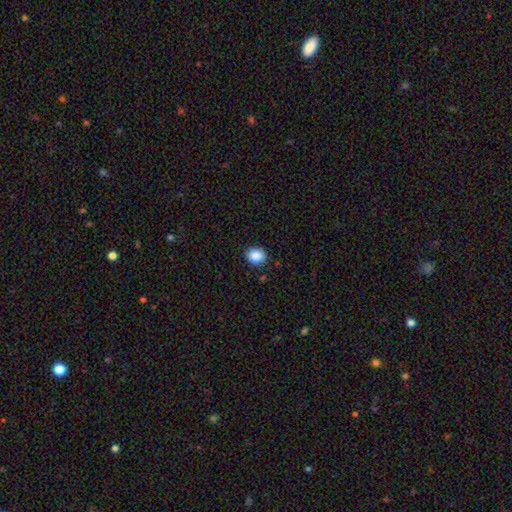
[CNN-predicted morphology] The model was most divided on "how rounded": round: 65%, in between: 34%, cigar-shaped: 1%. More confident: merging — none (89%); smooth or featured — smooth (87%).